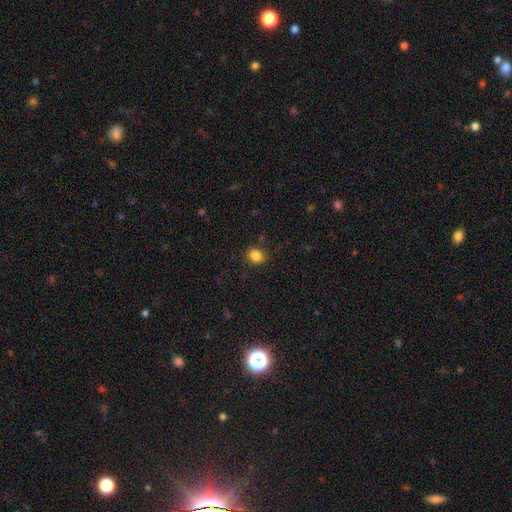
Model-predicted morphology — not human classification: smooth_or_featured: smooth (p=0.85) [alt: star or artifact p=0.11]
how_rounded: round (p=0.64) [alt: in between p=0.35]
merging: none (p=0.85) [alt: minor disturbance p=0.10]